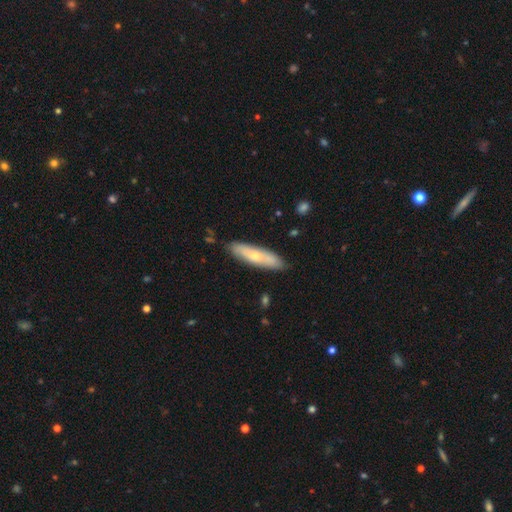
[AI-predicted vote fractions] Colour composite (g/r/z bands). It shows a smooth galaxy with no disk features (55%) that is cigar-shaped (70%). Merging: none (85%).